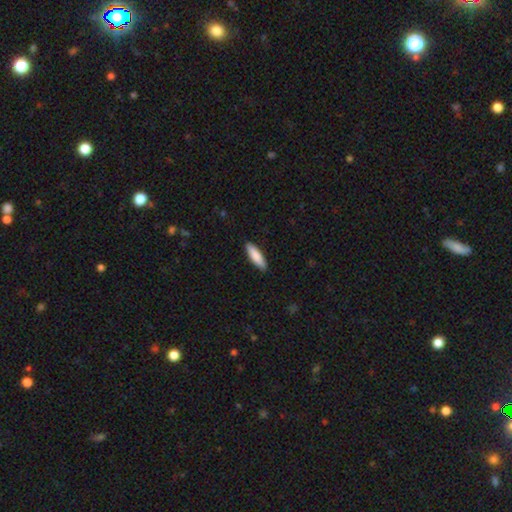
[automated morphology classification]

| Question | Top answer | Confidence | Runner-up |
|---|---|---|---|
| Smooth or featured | smooth | 85% | featured or disk (10%) |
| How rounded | cigar-shaped | 56% | in between (42%) |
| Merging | none | 90% | minor disturbance (8%) |